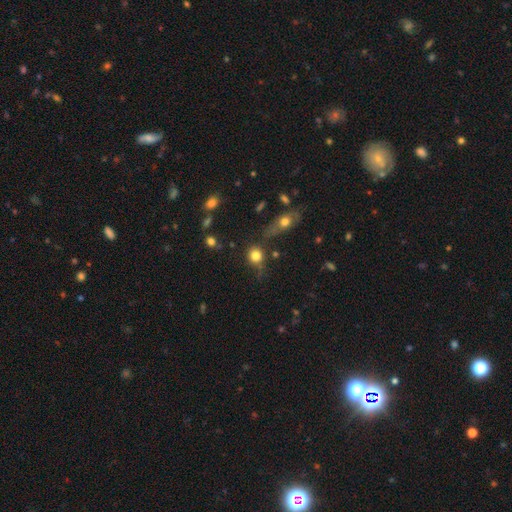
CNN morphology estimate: Smooth or featured: smooth — 81% (star or artifact — 11%)
How rounded: round — 84% (in between — 14%)
Merging: none — 66% (minor disturbance — 18%)